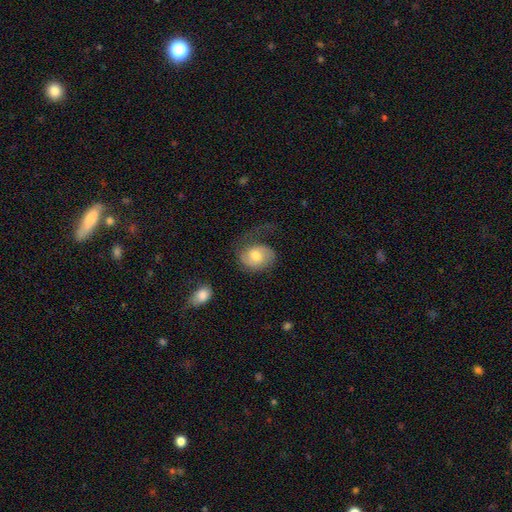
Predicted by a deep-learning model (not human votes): A smooth galaxy with no disk features (47%). Merging: none (43%).